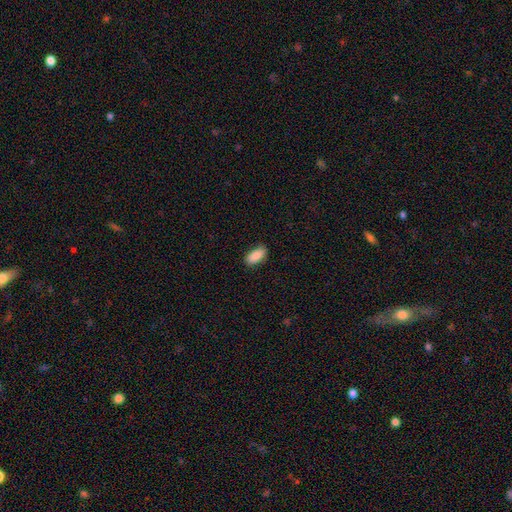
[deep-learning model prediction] smooth 89%, star or artifact 6%, featured or disk 4%. Down the decision tree: how rounded — in between (90%); merging — none (85%).